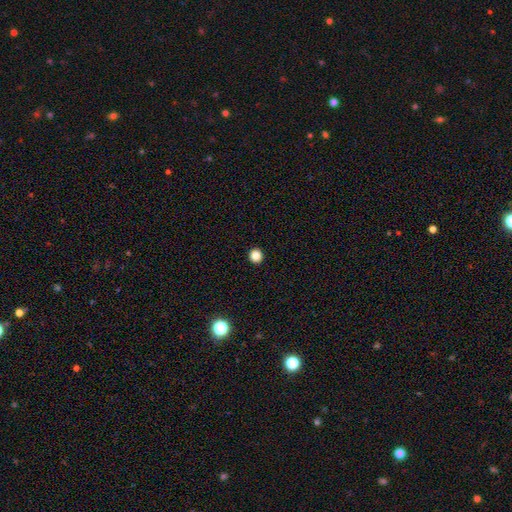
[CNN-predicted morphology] smooth 85%, star or artifact 12%, featured or disk 3%. Down the decision tree: how rounded — round (93%); merging — none (94%).